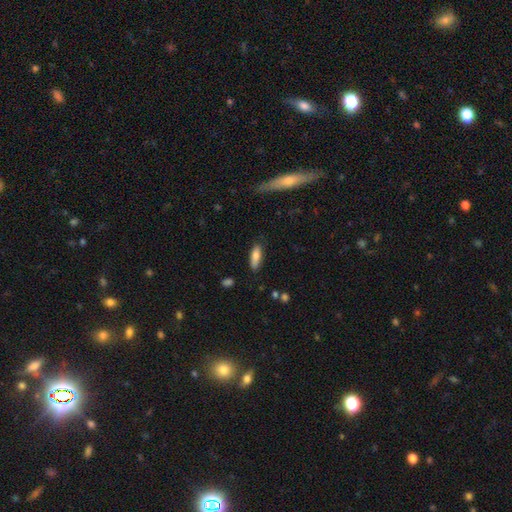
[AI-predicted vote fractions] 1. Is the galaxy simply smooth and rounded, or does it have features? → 77% smooth, 17% featured or disk, 7% star or artifact.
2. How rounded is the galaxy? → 60% in between, 38% cigar-shaped, 2% round.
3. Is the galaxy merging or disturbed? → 81% none, 15% minor disturbance, 3% major disturbance, 2% merger.